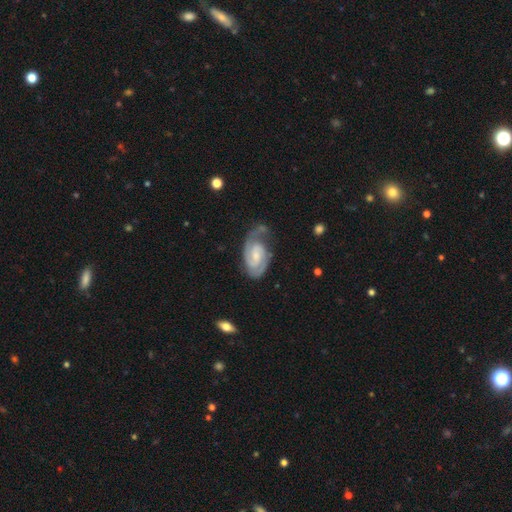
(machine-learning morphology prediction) The model was most divided on "bar": weak: 48%, no: 41%, strong: 11%. More confident: edge-on disk — no (97%); spiral arms — yes (97%); smooth or featured — featured or disk (87%); spiral arm count — 2 (82%); merging — none (59%); bulge size — small (52%); spiral winding — tight (50%).